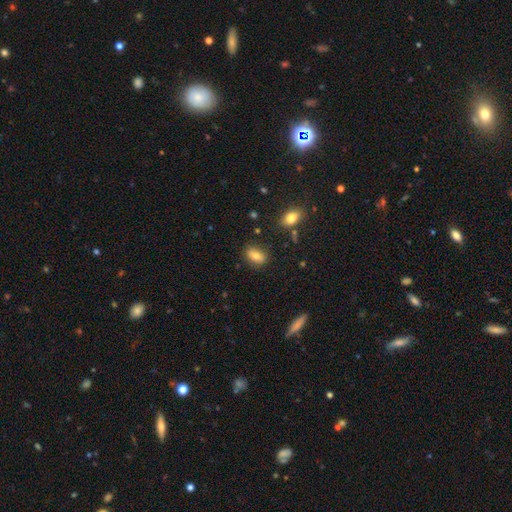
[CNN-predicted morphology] Smooth or featured?
  - smooth: 77% *
  - featured or disk: 13%
  - star or artifact: 9%
How rounded?
  - in between: 83% *
  - round: 13%
  - cigar-shaped: 4%
Merging?
  - none: 81% *
  - minor disturbance: 13%
  - major disturbance: 3%
  - merger: 3%